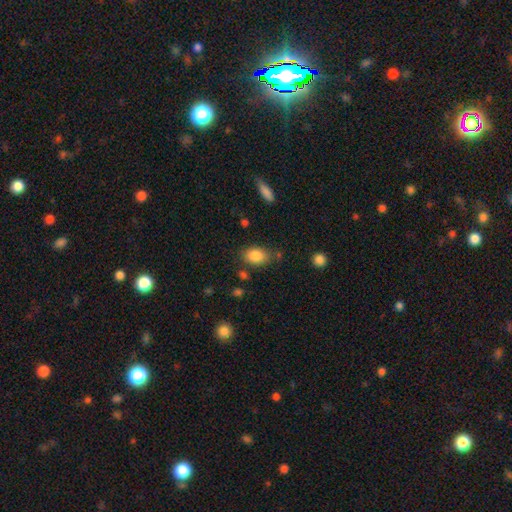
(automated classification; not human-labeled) Smooth or featured? smooth (85%)
How rounded? in between (82%)
Merging? none (73%)